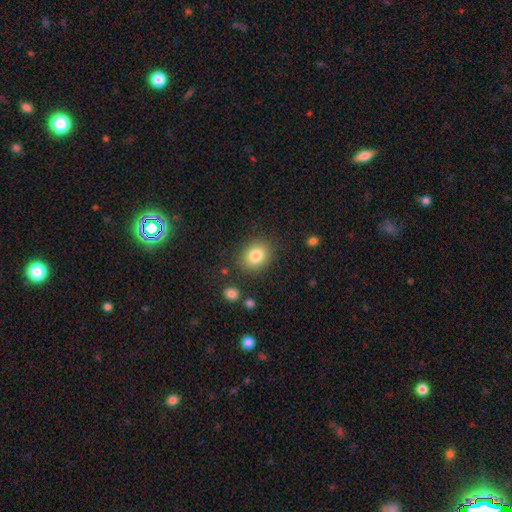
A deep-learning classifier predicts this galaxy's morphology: smooth 82%, star or artifact 10%, featured or disk 8%. Down the decision tree: how rounded — round (52%); merging — none (84%).